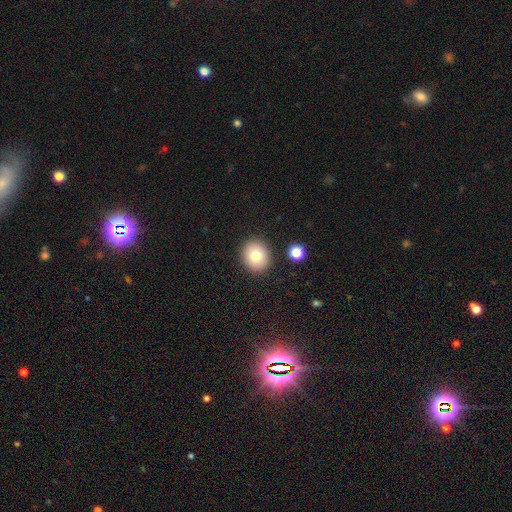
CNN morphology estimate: Smooth or featured?
  - smooth: 79% *
  - featured or disk: 11%
  - star or artifact: 10%
How rounded?
  - round: 81% *
  - in between: 18%
  - cigar-shaped: 1%
Merging?
  - none: 89% *
  - minor disturbance: 7%
  - merger: 3%
  - major disturbance: 2%